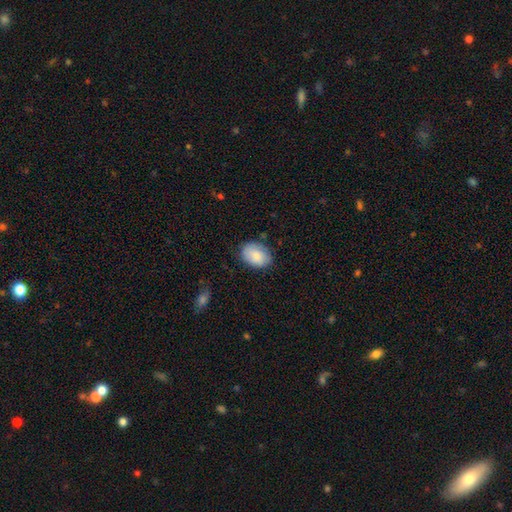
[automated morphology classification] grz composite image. It shows a smooth galaxy with no disk features (80%) that is in between round and cigar-shaped (76%). Merging: none (77%).